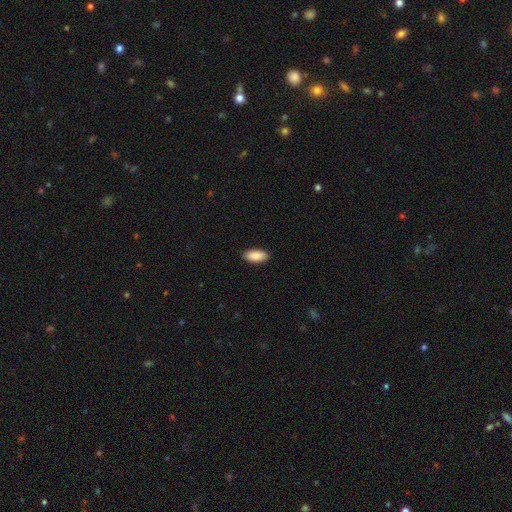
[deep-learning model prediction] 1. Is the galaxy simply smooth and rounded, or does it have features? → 89% smooth, 6% star or artifact, 5% featured or disk.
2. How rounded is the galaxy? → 92% in between, 6% cigar-shaped, 2% round.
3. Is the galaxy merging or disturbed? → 90% none, 7% minor disturbance, 2% major disturbance, 1% merger.